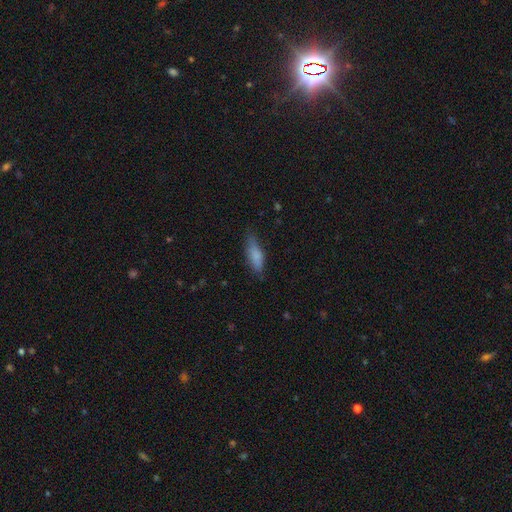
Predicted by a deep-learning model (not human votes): A smooth galaxy with no disk features (80%) that is in between round and cigar-shaped (49%, tied with cigar-shaped).

Vote fractions:
- Smooth or featured? smooth: 80% / featured or disk: 13% / star or artifact: 7%
- How rounded? in between: 49% (tied) / cigar-shaped: 49% (tied) / round: 2%
- Merging? none: 73% / minor disturbance: 21% / major disturbance: 4% / merger: 1%